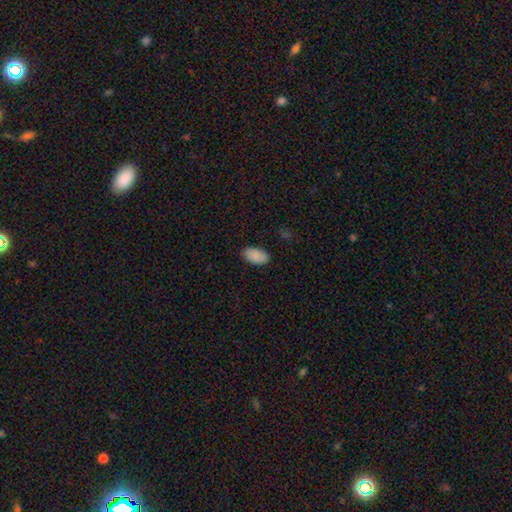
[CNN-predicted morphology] Smooth or featured? Predicted: smooth (p=0.88). How rounded? Predicted: in between (p=0.95). Merging? Predicted: none (p=0.86).